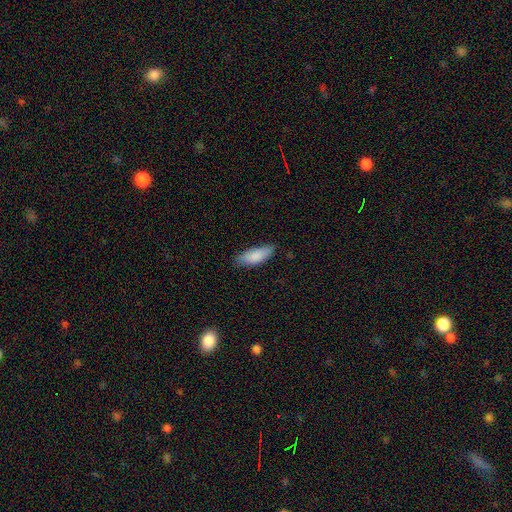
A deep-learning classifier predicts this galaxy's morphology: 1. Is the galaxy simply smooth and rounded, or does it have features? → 87% smooth, 7% featured or disk, 6% star or artifact.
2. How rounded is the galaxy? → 72% in between, 26% cigar-shaped, 2% round.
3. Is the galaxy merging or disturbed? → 74% none, 21% minor disturbance, 4% major disturbance, 1% merger.